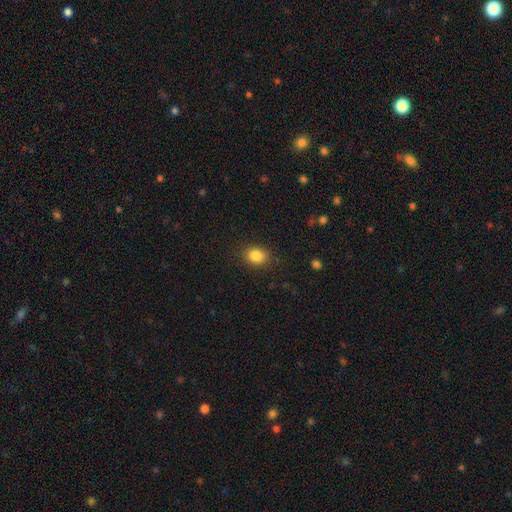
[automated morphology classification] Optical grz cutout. It shows a smooth galaxy with no disk features (85%) that is round (51%). Merging: none (85%).